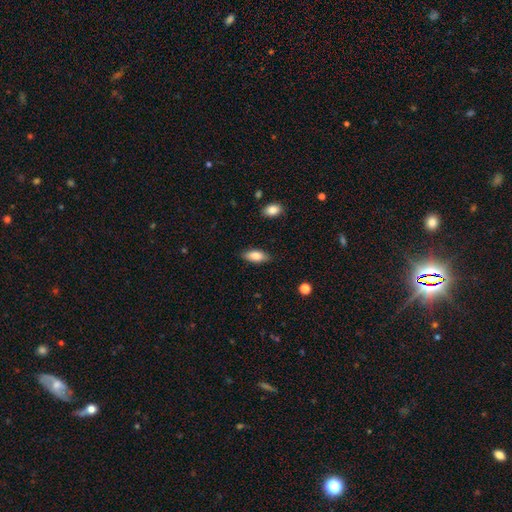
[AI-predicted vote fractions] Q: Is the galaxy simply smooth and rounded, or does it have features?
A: smooth — 81%.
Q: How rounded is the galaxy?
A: in between — 85%.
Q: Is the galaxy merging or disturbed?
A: none — 85%.